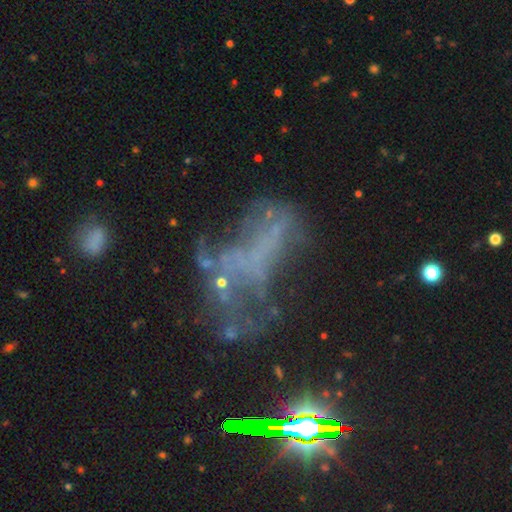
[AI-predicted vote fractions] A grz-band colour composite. It shows a featured or disk galaxy (47%). Merging: major disturbance (44%).